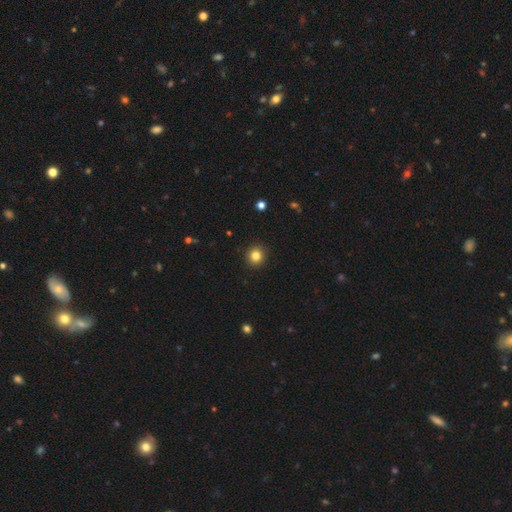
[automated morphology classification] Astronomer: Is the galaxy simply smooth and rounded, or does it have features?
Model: smooth — 84%.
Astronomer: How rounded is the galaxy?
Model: round — 92%.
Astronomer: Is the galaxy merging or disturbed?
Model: none — 92%.